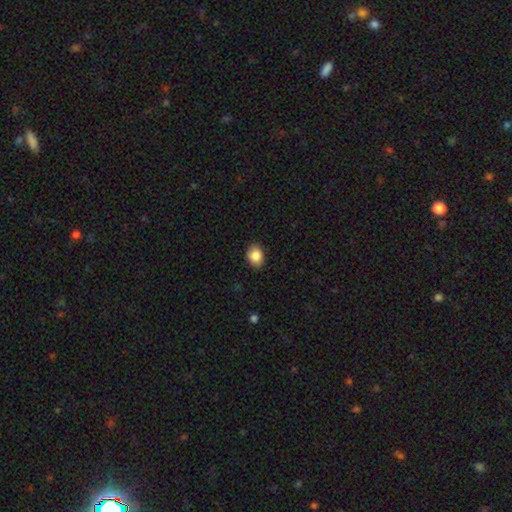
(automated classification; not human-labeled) The model was most divided on "how rounded": in between: 62%, round: 37%, cigar-shaped: 1%. More confident: smooth or featured — smooth (87%); merging — none (86%).